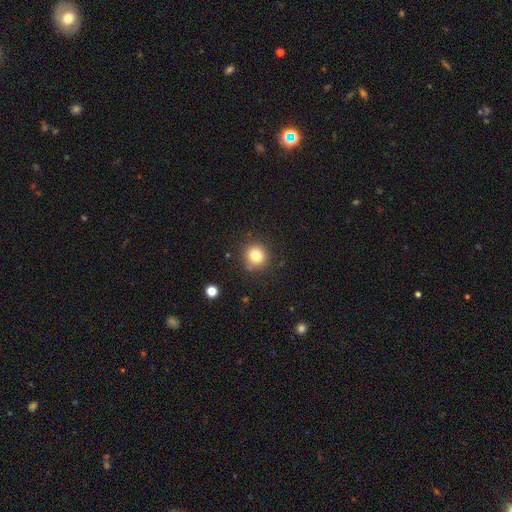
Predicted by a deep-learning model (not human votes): The model was most divided on "smooth or featured": smooth: 79%, star or artifact: 13%, featured or disk: 8%. More confident: how rounded — round (93%); merging — none (85%).